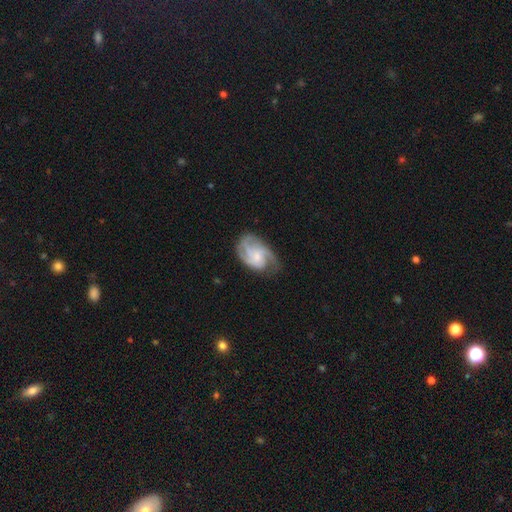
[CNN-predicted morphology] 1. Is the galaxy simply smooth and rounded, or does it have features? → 81% featured or disk, 13% smooth, 6% star or artifact.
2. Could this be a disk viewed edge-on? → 98% no, 2% yes.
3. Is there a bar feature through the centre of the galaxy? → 56% no, 37% weak, 6% strong.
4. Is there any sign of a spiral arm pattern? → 96% yes, 4% no.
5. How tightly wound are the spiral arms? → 49% medium, 35% tight, 16% loose.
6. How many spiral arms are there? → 45% 3, 22% 2, 15% can't tell, 9% 4, 5% 1, 4% more than 4.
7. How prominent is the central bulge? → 54% small, 28% moderate, 15% none, 3% large, 1% dominant.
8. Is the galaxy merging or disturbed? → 63% none, 23% minor disturbance, 13% major disturbance, 2% merger.